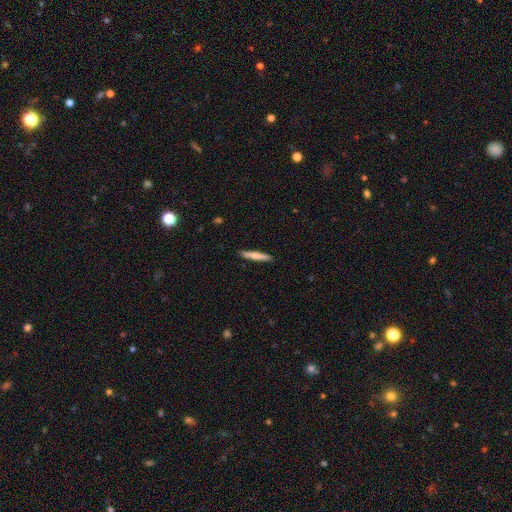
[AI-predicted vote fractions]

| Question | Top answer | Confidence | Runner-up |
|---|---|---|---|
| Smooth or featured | smooth | 65% | featured or disk (30%) |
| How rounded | cigar-shaped | 94% | in between (5%) |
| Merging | none | 91% | minor disturbance (7%) |